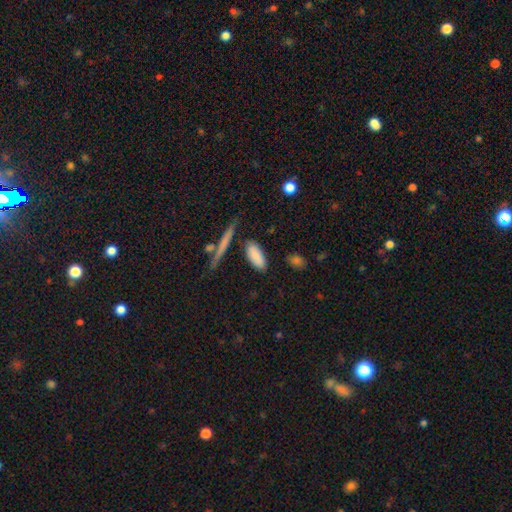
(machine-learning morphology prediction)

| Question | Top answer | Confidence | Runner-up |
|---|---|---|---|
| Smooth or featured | smooth | 84% | featured or disk (9%) |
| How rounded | in between | 80% | cigar-shaped (17%) |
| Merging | none | 76% | minor disturbance (15%) |